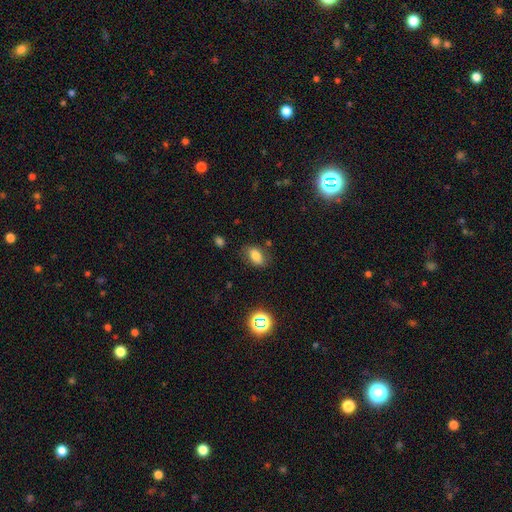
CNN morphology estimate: The model was most divided on "merging": none: 76%, minor disturbance: 17%, major disturbance: 5%, merger: 2%. More confident: how rounded — in between (87%); smooth or featured — smooth (76%).